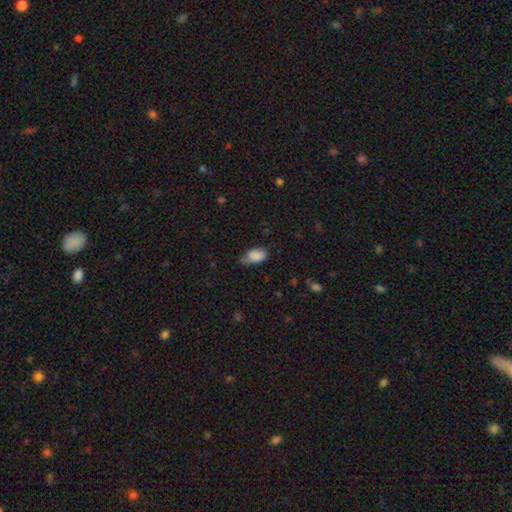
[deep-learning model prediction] Morphology: type=smooth (85%); roundness=in between (92%); merging=none (46%).